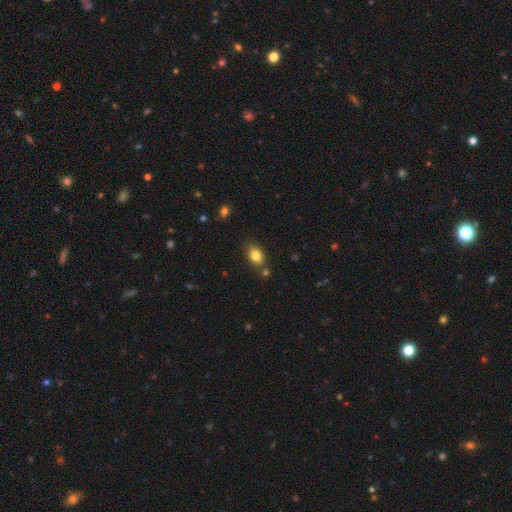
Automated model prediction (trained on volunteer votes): Q: Smooth or featured?
A: smooth (83%); runner-up: star or artifact (10%)
Q: How rounded?
A: in between (79%); runner-up: round (20%)
Q: Merging?
A: none (76%); runner-up: minor disturbance (14%)